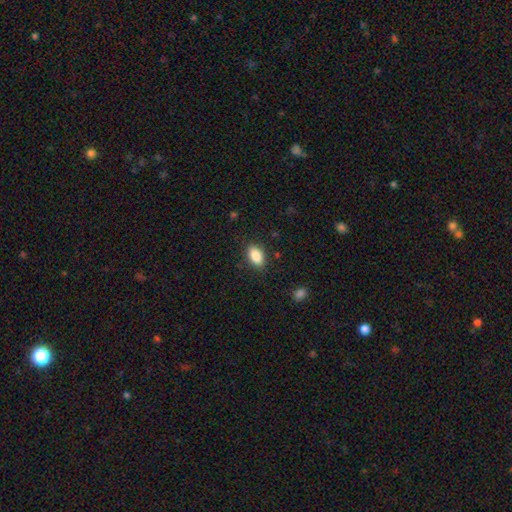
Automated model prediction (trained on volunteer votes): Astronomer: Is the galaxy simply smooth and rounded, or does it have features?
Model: smooth — 87%.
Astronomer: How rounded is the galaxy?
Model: in between — 90%.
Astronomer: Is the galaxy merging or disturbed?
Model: none — 87%.